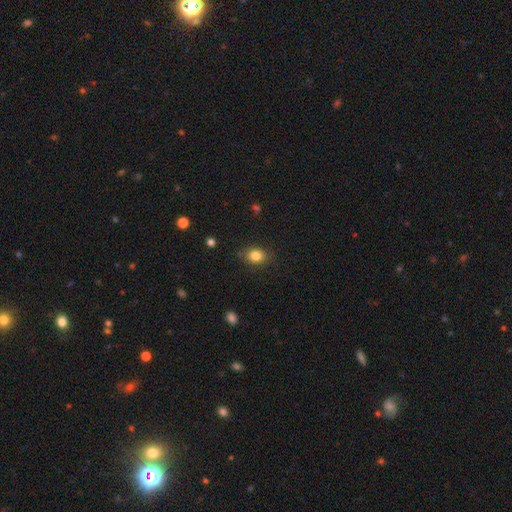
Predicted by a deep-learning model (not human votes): smooth-or-featured: smooth: 83% | star or artifact: 10% | featured or disk: 7%
  how-rounded: in between: 58% | round: 41% | cigar-shaped: 1%
  merging: none: 82% | minor disturbance: 14% | major disturbance: 3% | merger: 1%